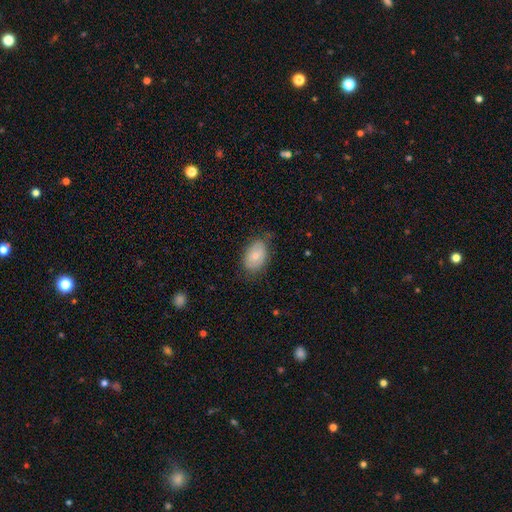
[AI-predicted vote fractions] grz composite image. It shows a smooth galaxy with no disk features (69%) that is in between round and cigar-shaped (86%). Merging: none (69%).